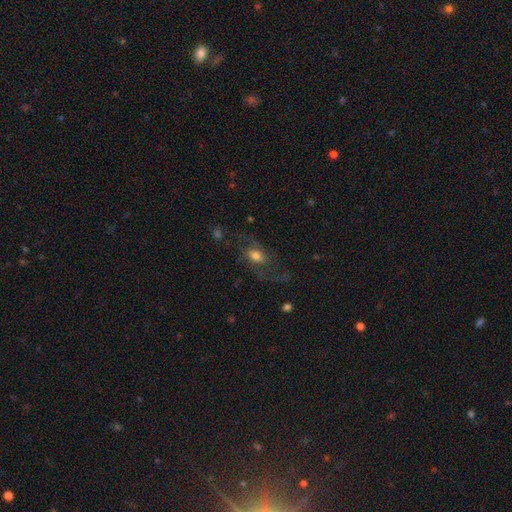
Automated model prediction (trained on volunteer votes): featured or disk 58%, smooth 32%, star or artifact 10%. Down the decision tree: edge-on disk — no (92%); bar — no (60%); spiral arms — yes (84%); bulge size — moderate (56%); merging — none (57%).